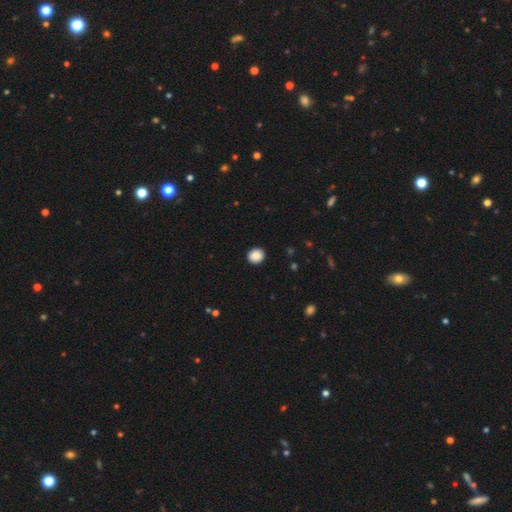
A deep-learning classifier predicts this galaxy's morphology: A smooth galaxy with no disk features (89%) that is round (84%). Merging: none (93%).